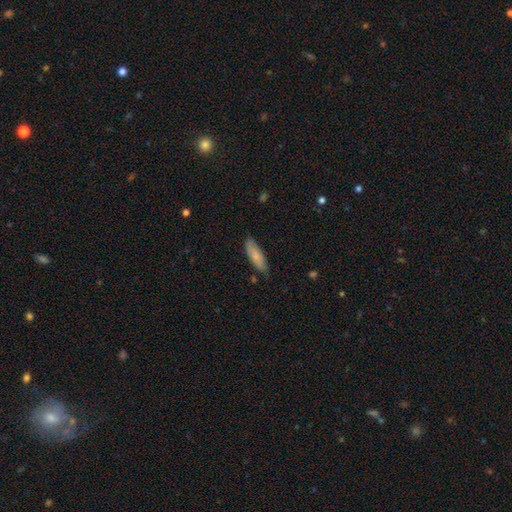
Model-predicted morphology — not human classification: Overall: smooth (71%). How rounded: in between (55%; cigar-shaped 43%). Merging: none (74%).